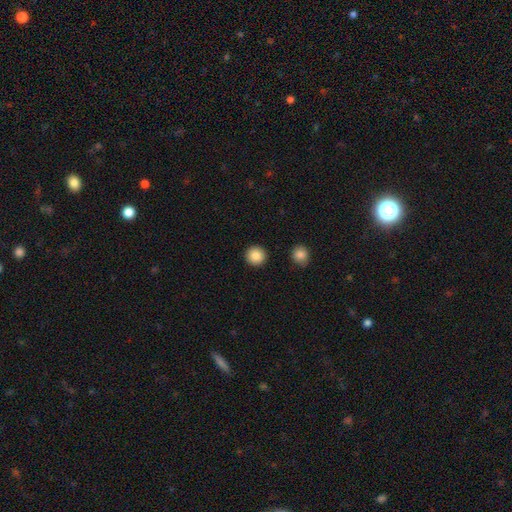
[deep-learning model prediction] Smooth or featured? smooth (88%)
How rounded? round (95%)
Merging? none (93%)